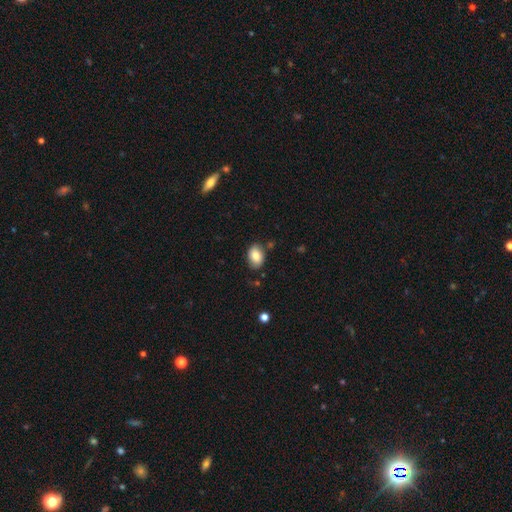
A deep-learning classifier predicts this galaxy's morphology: A smooth galaxy with no disk features (82%) that is in between round and cigar-shaped (85%).

Vote fractions:
- Smooth or featured? smooth: 82% / featured or disk: 11% / star or artifact: 8%
- How rounded? in between: 85% / round: 14% / cigar-shaped: 1%
- Merging? none: 78% / minor disturbance: 16% / major disturbance: 3% / merger: 3%